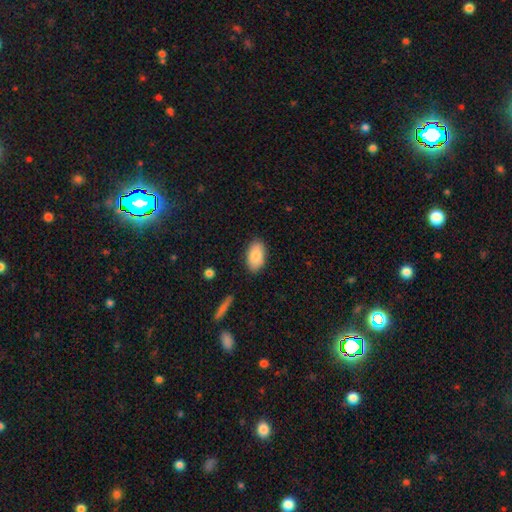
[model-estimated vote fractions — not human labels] Q: Smooth or featured?
A: smooth (85%); runner-up: featured or disk (9%)
Q: How rounded?
A: in between (94%); runner-up: round (4%)
Q: Merging?
A: none (85%); runner-up: minor disturbance (11%)